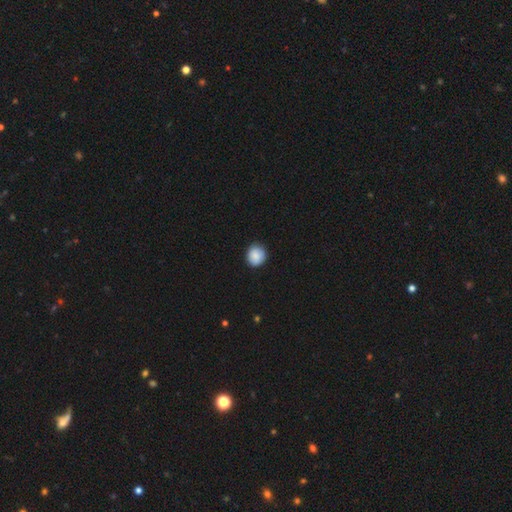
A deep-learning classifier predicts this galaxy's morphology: Smooth or featured: smooth — 86% (star or artifact — 7%)
How rounded: round — 83% (in between — 16%)
Merging: none — 85% (minor disturbance — 12%)